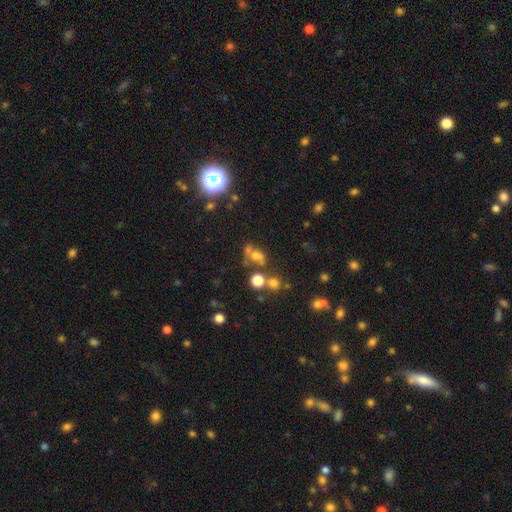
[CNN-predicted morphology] Smooth or featured? Predicted: star or artifact (p=0.41, tied with smooth).